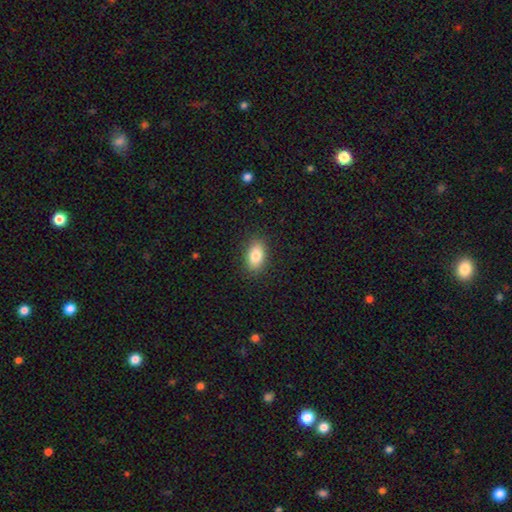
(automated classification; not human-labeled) Smooth or featured?
  - smooth: 84% *
  - featured or disk: 8%
  - star or artifact: 8%
How rounded?
  - in between: 89% *
  - round: 8%
  - cigar-shaped: 3%
Merging?
  - none: 88% *
  - minor disturbance: 8%
  - major disturbance: 2%
  - merger: 1%